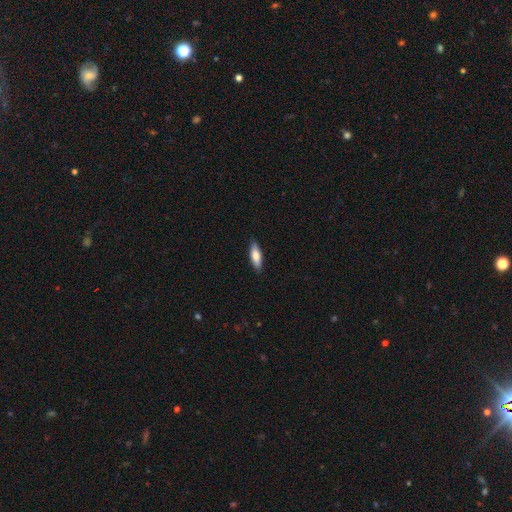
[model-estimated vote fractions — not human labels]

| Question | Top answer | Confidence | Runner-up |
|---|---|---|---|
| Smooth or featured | smooth | 77% | featured or disk (17%) |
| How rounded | in between | 54% | cigar-shaped (45%) |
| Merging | none | 88% | minor disturbance (9%) |